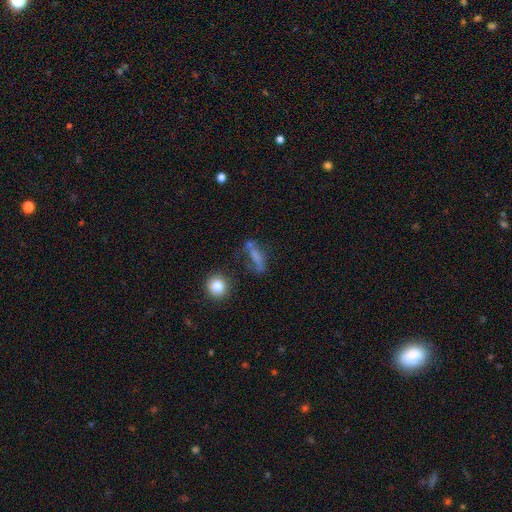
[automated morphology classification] This is possibly a smooth galaxy (52%). How rounded: possibly cigar-shaped (52%). Merging: possibly none (49%).